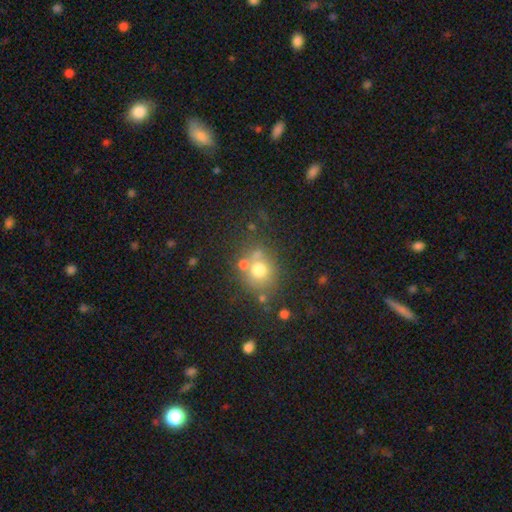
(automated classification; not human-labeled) smooth-or-featured: smooth: 55% | star or artifact: 30% | featured or disk: 15%
  how-rounded: round: 78% | in between: 20% | cigar-shaped: 1%
  merging: none: 63% | merger: 23% | minor disturbance: 10% | major disturbance: 4%